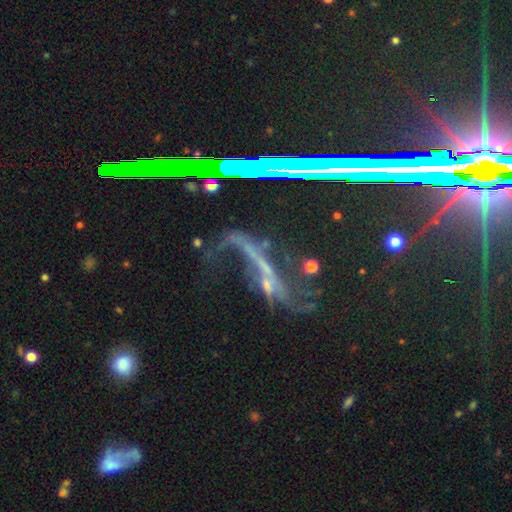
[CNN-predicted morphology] A featured or disk galaxy (62%).

Vote fractions:
- Smooth or featured? featured or disk: 62% / star or artifact: 24% / smooth: 13%
- Edge-on disk? no: 73% / yes: 27%
- Merging? none: 36% / major disturbance: 35% / minor disturbance: 18% / merger: 11%